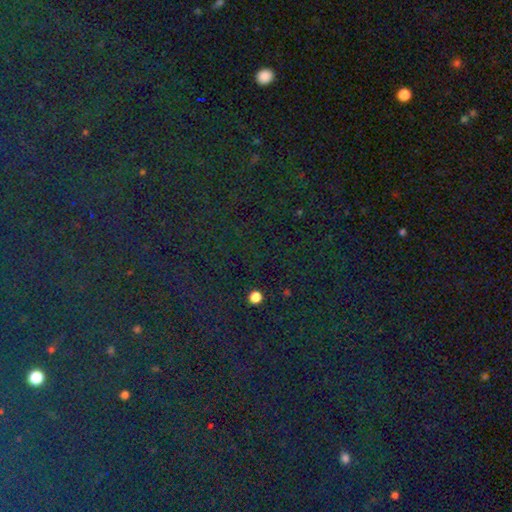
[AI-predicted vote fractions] This appears to be a star or artifact, not a galaxy (82%).